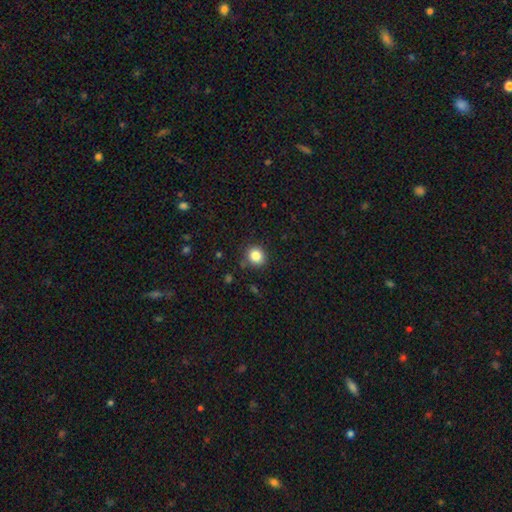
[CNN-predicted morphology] This is clearly a smooth galaxy (84%). How rounded: clearly round (83%). Merging: clearly none (85%).